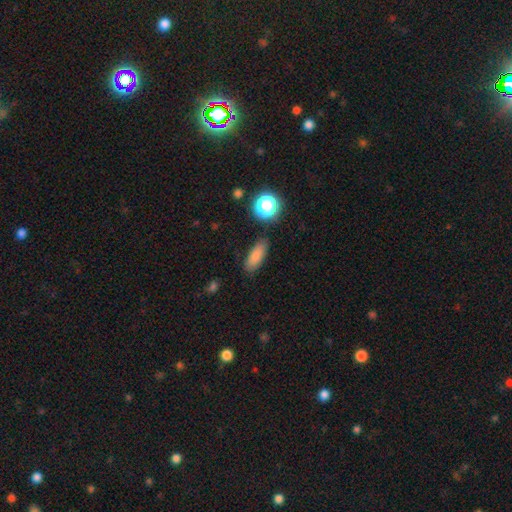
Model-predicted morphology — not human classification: This appears to be a smooth galaxy with no disk features (81%) that is in between round and cigar-shaped (68%). Merging: none (84%).